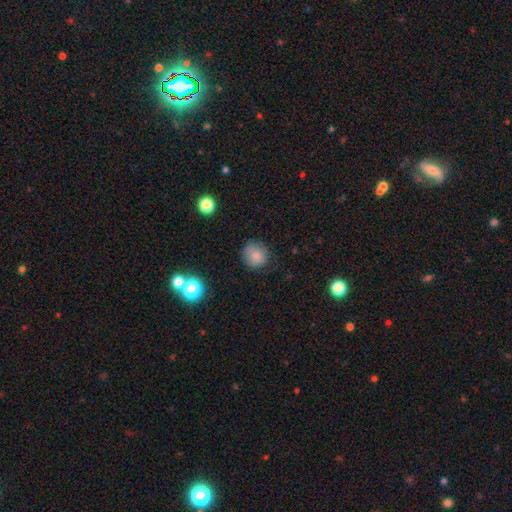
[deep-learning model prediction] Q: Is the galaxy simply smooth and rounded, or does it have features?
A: smooth — 82%.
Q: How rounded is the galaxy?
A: round — 92%.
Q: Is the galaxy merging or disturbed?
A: none — 83%.